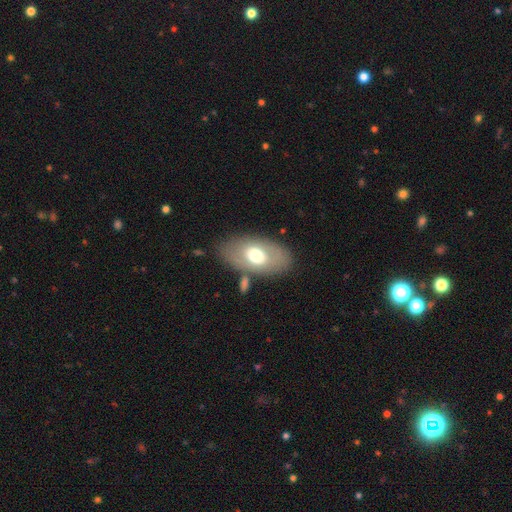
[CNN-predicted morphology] A smooth galaxy with no disk features (61%) that is in between round and cigar-shaped (92%). Merging: none (76%).